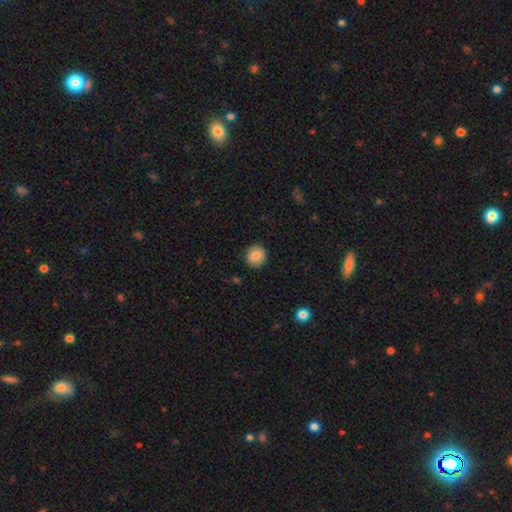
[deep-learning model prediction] Smooth or featured?
  - smooth: 84% *
  - star or artifact: 8%
  - featured or disk: 8%
How rounded?
  - round: 90% *
  - in between: 9%
  - cigar-shaped: 1%
Merging?
  - none: 91% *
  - minor disturbance: 6%
  - major disturbance: 2%
  - merger: 1%